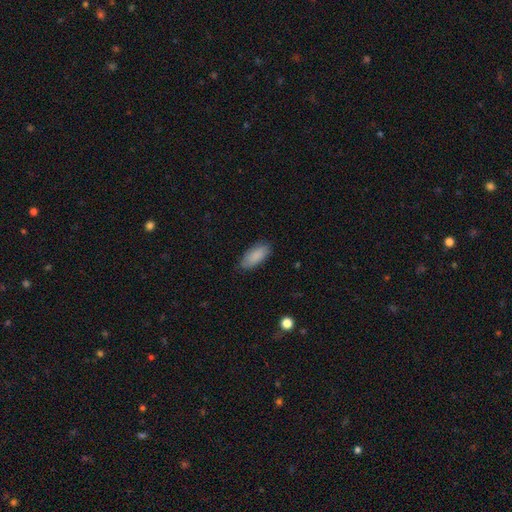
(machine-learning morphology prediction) smooth-or-featured: smooth: 87% | featured or disk: 7% | star or artifact: 6%
  how-rounded: in between: 86% | cigar-shaped: 12% | round: 2%
  merging: none: 81% | minor disturbance: 15% | major disturbance: 3% | merger: 1%